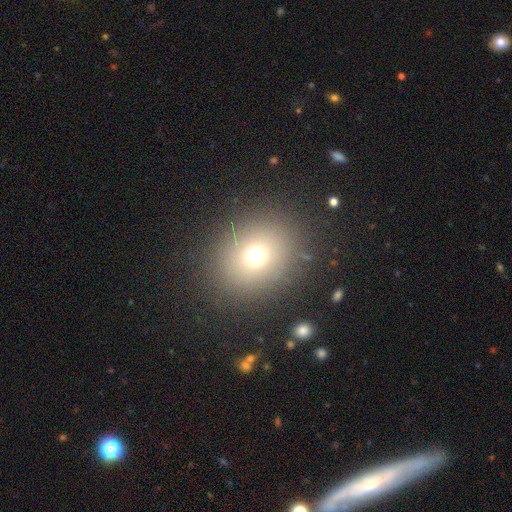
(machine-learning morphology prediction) Smooth or featured? Predicted: smooth (p=0.71). How rounded? Predicted: round (p=0.68). Merging? Predicted: none (p=0.87).